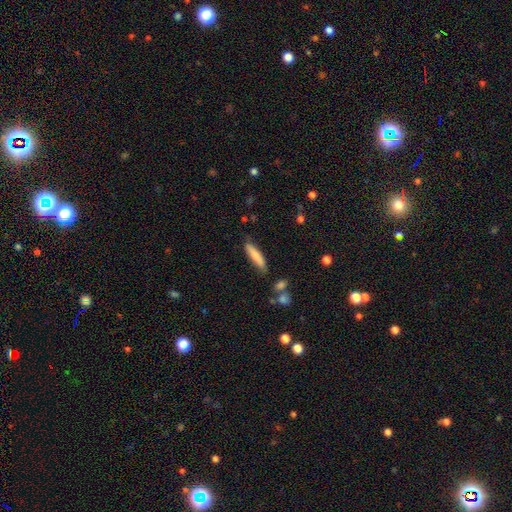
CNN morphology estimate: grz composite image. It shows a smooth galaxy with no disk features (77%) that is cigar-shaped (80%). Merging: none (79%).